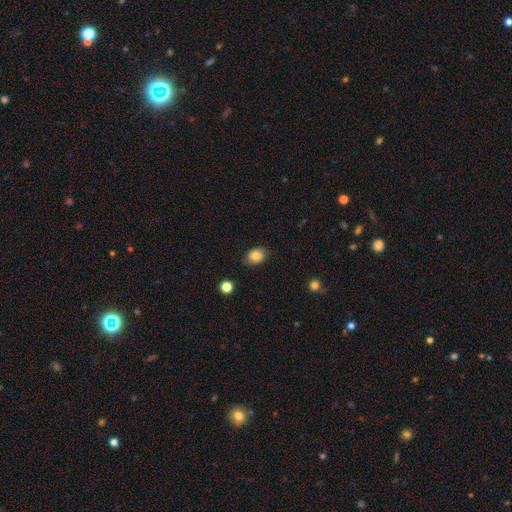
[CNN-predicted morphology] Smooth or featured: smooth — 83% (star or artifact — 9%)
How rounded: in between — 58% (round — 41%)
Merging: none — 77% (minor disturbance — 18%)